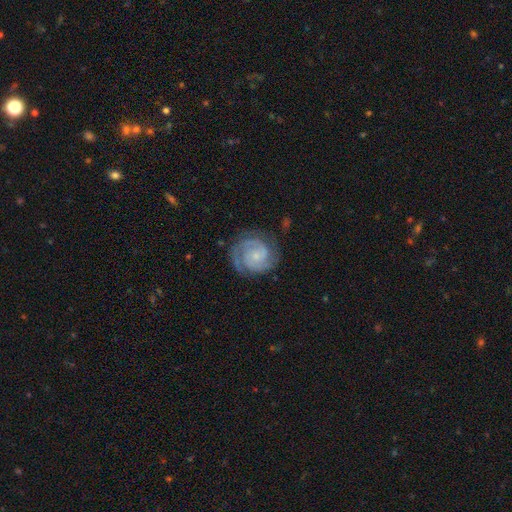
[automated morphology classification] Smooth or featured? featured or disk (84%)
Edge-on disk? no (98%)
Bar? no (69%)
Spiral arms? yes (96%)
Spiral winding? tight (61%)
Spiral arm count? 2 (60%)
Bulge size? small (73%)
Merging? none (74%)